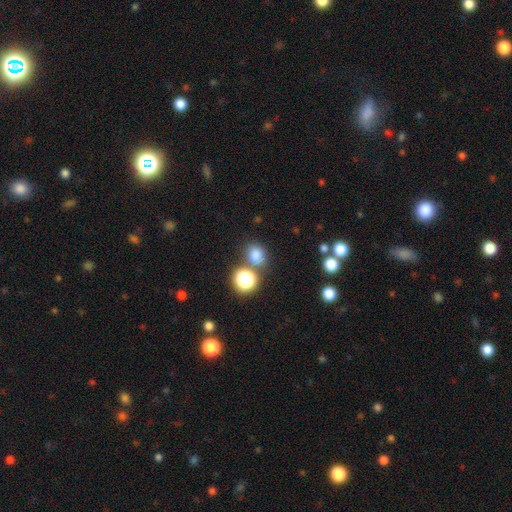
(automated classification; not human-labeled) A smooth galaxy with no disk features (77%) that is round (57%).

Vote fractions:
- Smooth or featured? smooth: 77% / star or artifact: 17% / featured or disk: 5%
- How rounded? round: 57% / in between: 42% / cigar-shaped: 1%
- Merging? none: 72% / merger: 13% / minor disturbance: 11% / major disturbance: 4%